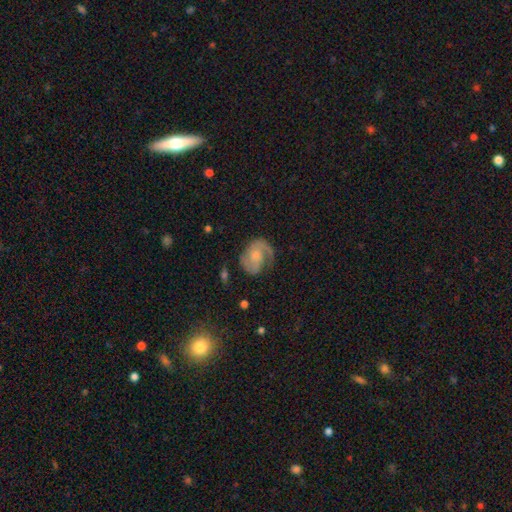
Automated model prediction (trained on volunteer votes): A featured or disk galaxy (79%) with no bar (65%), 2 (76%) medium (48%) spiral arms (96%) and a small central bulge (37%). Merging: none (67%).